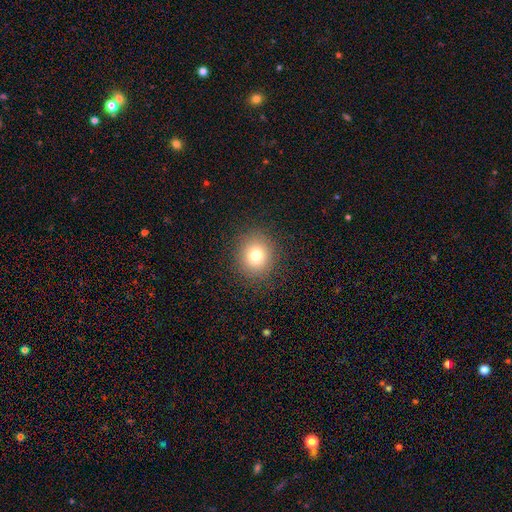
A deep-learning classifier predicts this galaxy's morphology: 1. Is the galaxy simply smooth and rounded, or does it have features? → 78% smooth, 13% star or artifact, 9% featured or disk.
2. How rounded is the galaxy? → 82% round, 17% in between, 1% cigar-shaped.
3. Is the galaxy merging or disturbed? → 89% none, 7% minor disturbance, 3% major disturbance, 1% merger.